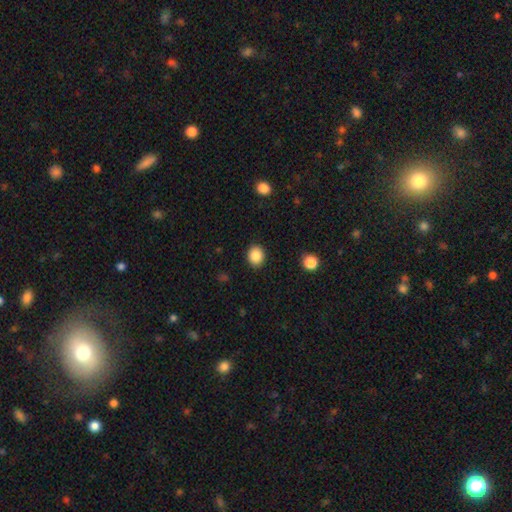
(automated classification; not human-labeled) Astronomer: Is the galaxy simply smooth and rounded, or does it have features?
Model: smooth — 86%.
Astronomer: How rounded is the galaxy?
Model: round — 62% (runner-up: in between, 38%).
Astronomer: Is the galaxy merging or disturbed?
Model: none — 90%.